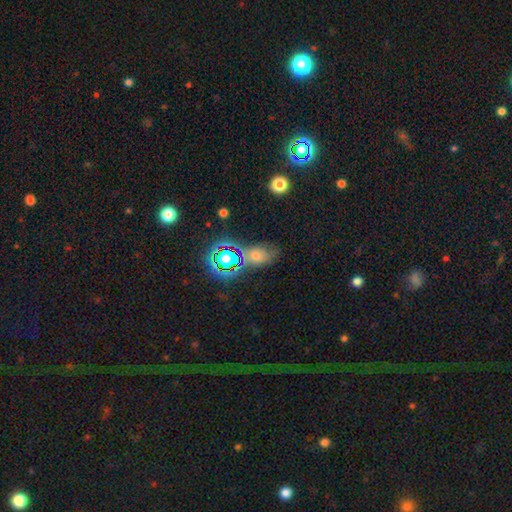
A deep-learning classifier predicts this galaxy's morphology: The model was most divided on "smooth or featured": smooth: 41%, star or artifact: 39%, featured or disk: 20%. More confident: merging — none (63%).